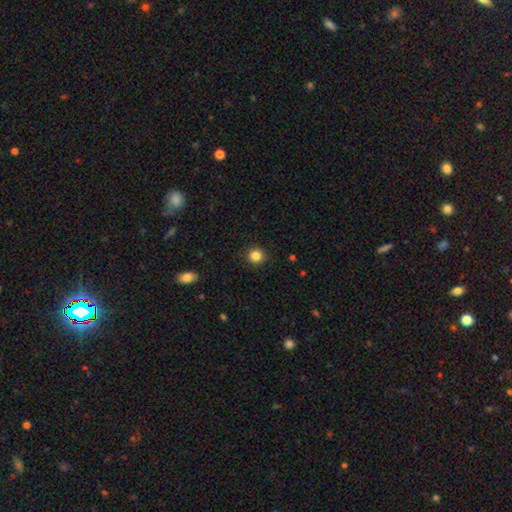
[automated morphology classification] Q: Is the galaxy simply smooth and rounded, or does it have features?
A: smooth — 85%.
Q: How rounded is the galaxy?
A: round — 93%.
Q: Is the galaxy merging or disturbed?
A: none — 91%.